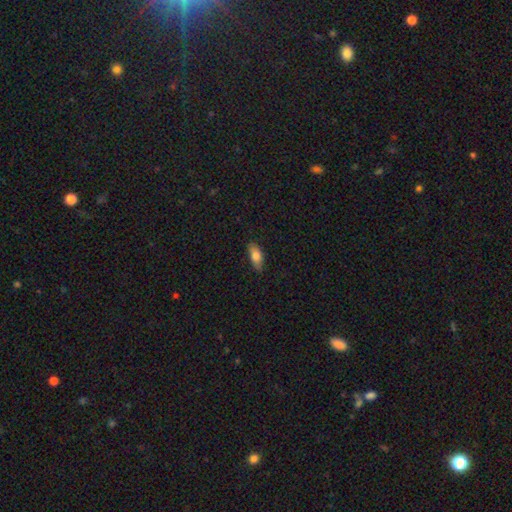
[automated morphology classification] A smooth galaxy with no disk features (80%) that is in between round and cigar-shaped (83%). Merging: none (81%).